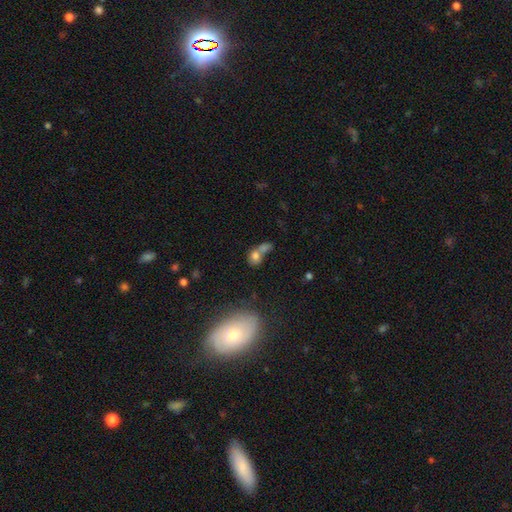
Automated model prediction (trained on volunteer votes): A smooth galaxy with no disk features (61%) that is in between round and cigar-shaped (51%).

Vote fractions:
- Smooth or featured? smooth: 61% / star or artifact: 21% / featured or disk: 18%
- How rounded? in between: 51% / round: 43% / cigar-shaped: 5%
- Merging? none: 44% / merger: 35% / minor disturbance: 12% / major disturbance: 8%